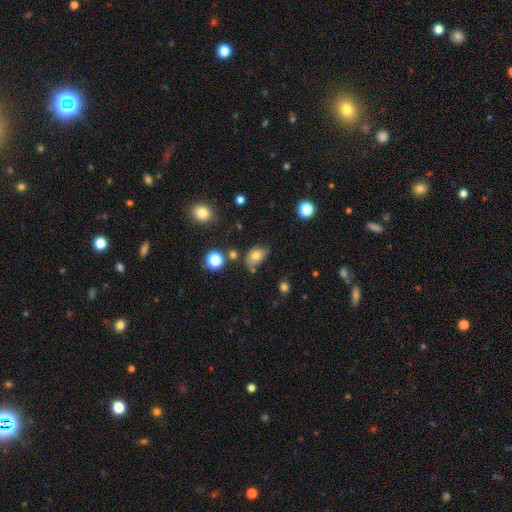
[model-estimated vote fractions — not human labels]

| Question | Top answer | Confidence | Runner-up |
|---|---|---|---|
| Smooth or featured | smooth | 73% | featured or disk (16%) |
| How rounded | in between | 80% | round (18%) |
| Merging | none | 59% | minor disturbance (27%) |